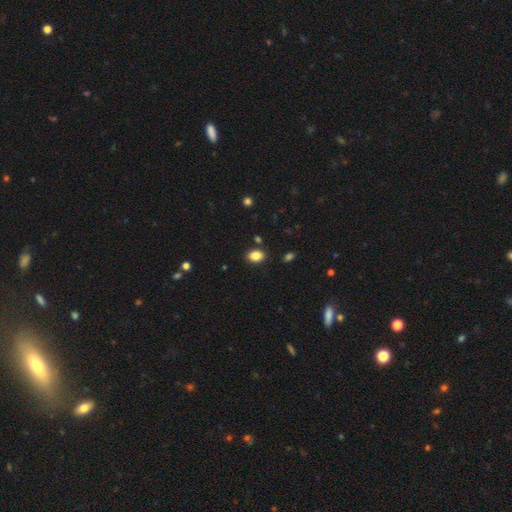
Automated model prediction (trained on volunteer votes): Smooth or featured? smooth (86%)
How rounded? in between (72%)
Merging? none (87%)